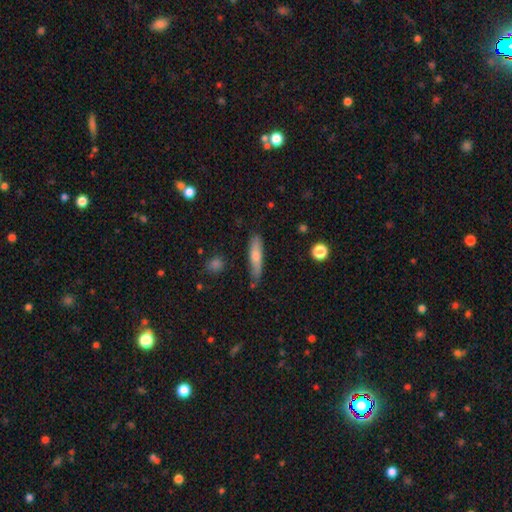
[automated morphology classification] This appears to be a smooth galaxy with no disk features (63%) that is cigar-shaped (81%). Merging: none (76%).